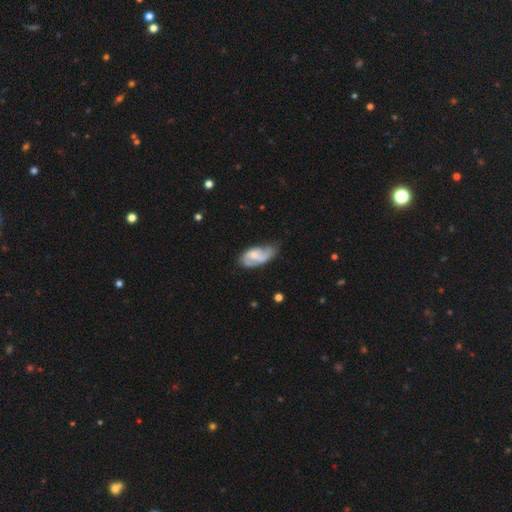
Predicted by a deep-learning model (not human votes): Smooth or featured: featured or disk — 56% (smooth — 38%)
Edge-on disk: no — 95% (yes — 5%)
Bar: no — 61% (weak — 33%)
Spiral arms: yes — 80% (no — 20%)
Bulge size: moderate — 43% (small — 39%)
Merging: minor disturbance — 39% (none — 36%)